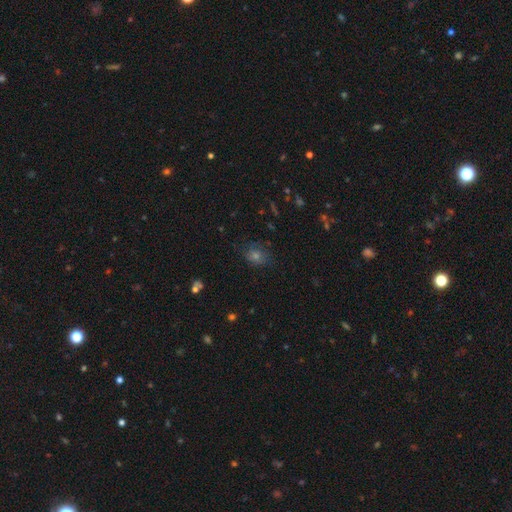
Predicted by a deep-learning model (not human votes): Smooth or featured?
  - smooth: 51% *
  - star or artifact: 31%
  - featured or disk: 19%
How rounded?
  - round: 59% *
  - in between: 40%
  - cigar-shaped: 1%
Merging?
  - none: 75% *
  - minor disturbance: 16%
  - major disturbance: 7%
  - merger: 2%